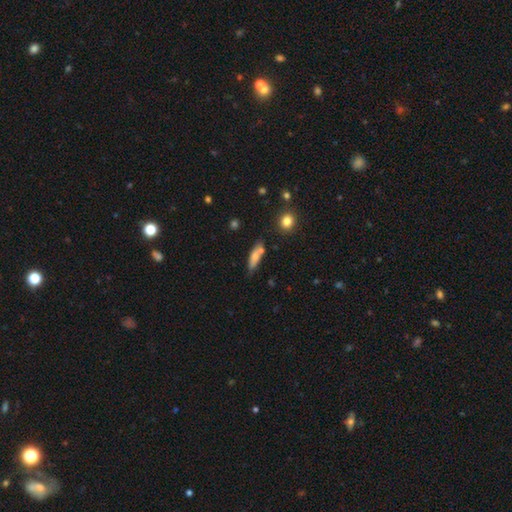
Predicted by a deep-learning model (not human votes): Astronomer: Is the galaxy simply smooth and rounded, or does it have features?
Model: smooth — 72%.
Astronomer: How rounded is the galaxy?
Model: cigar-shaped — 52% (runner-up: in between, 44%).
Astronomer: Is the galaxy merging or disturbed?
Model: none — 63%.